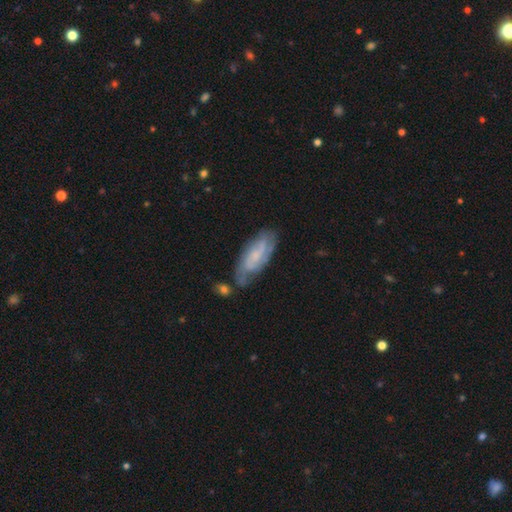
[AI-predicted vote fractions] The model was most divided on "spiral arm count": can't tell: 37%, 2: 36%, 3: 15%, 4: 5%, 1: 4%, more than 4: 3%. Remaining: spiral arms — yes (89%); edge-on disk — no (89%); smooth or featured — featured or disk (64%); merging — none (63%); bulge size — small (57%); bar — no (55%); spiral winding — tight (46%).